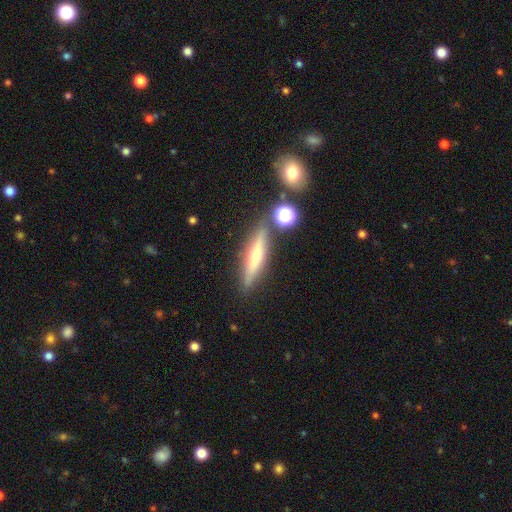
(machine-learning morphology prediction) type=featured or disk (56%); edge-on=yes (92%); edge-on bulge=rounded (82%); merging=none (80%).